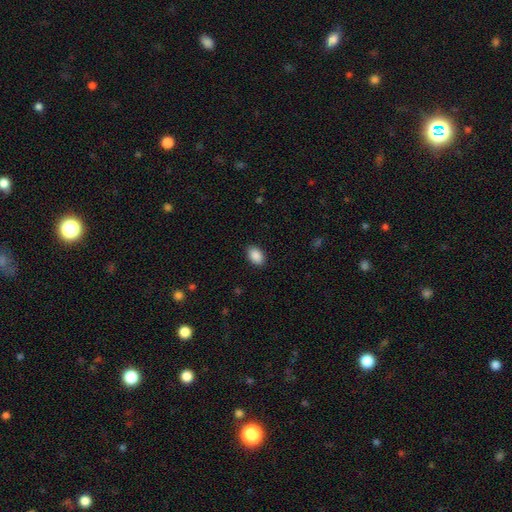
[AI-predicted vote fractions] smooth 90%, star or artifact 7%, featured or disk 3%. Down the decision tree: how rounded — in between (90%); merging — none (89%).